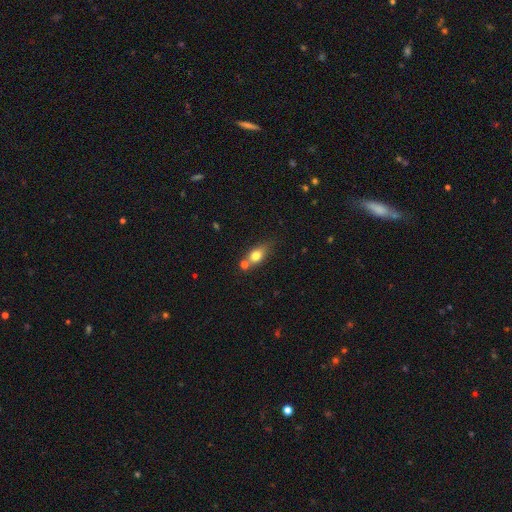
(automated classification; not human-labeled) Q: Smooth or featured?
A: smooth (74%); runner-up: featured or disk (16%)
Q: How rounded?
A: in between (67%); runner-up: round (25%)
Q: Merging?
A: none (51%); runner-up: merger (26%)